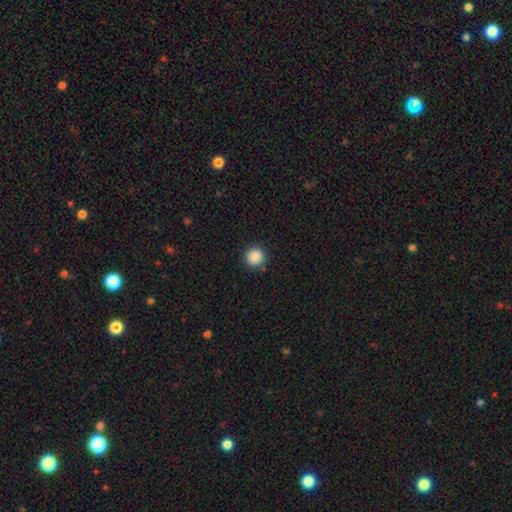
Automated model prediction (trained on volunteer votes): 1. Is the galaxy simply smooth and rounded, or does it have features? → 88% smooth, 10% star or artifact, 3% featured or disk.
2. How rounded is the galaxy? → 94% round, 5% in between, 1% cigar-shaped.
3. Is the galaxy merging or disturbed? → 89% none, 7% minor disturbance, 2% major disturbance, 1% merger.